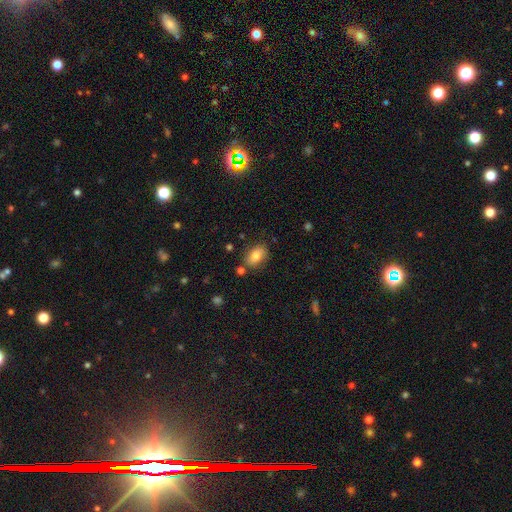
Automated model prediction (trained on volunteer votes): A smooth galaxy with no disk features (78%) that is in between round and cigar-shaped (82%).

Vote fractions:
- Smooth or featured? smooth: 78% / featured or disk: 13% / star or artifact: 8%
- How rounded? in between: 82% / round: 16% / cigar-shaped: 2%
- Merging? none: 76% / minor disturbance: 15% / merger: 5% / major disturbance: 4%